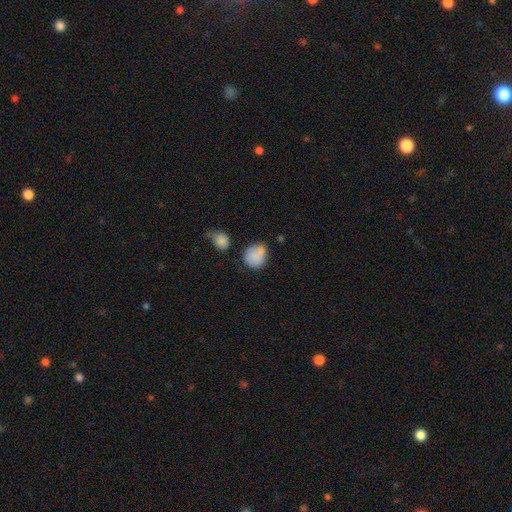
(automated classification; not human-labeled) Q: Smooth or featured?
A: smooth (82%); runner-up: featured or disk (10%)
Q: How rounded?
A: round (73%); runner-up: in between (26%)
Q: Merging?
A: none (56%); runner-up: minor disturbance (25%)